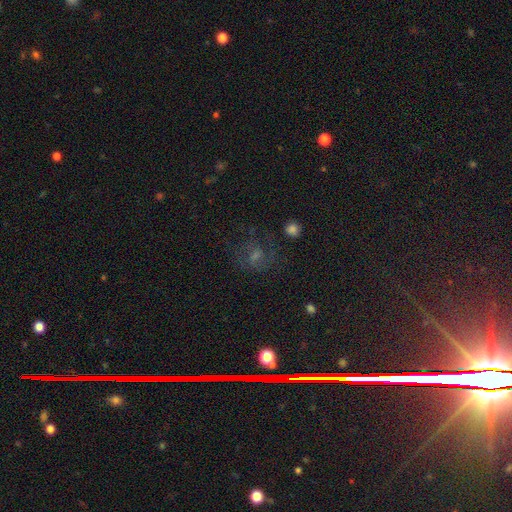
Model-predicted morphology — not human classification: featured or disk 38%, smooth 34%, star or artifact 29%. Down the decision tree: merging — none (59%).